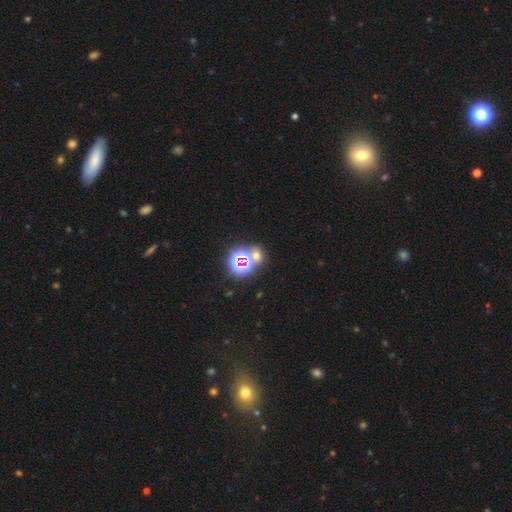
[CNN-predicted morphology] smooth_or_featured: star or artifact (p=0.47) [alt: smooth p=0.44]